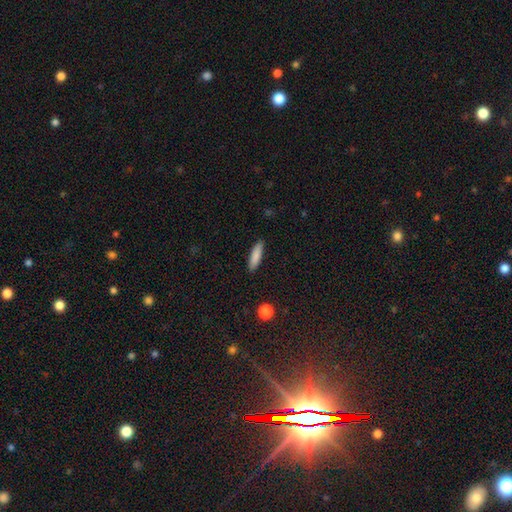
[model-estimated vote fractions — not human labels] Smooth or featured? smooth (85%)
How rounded? cigar-shaped (75%)
Merging? none (89%)